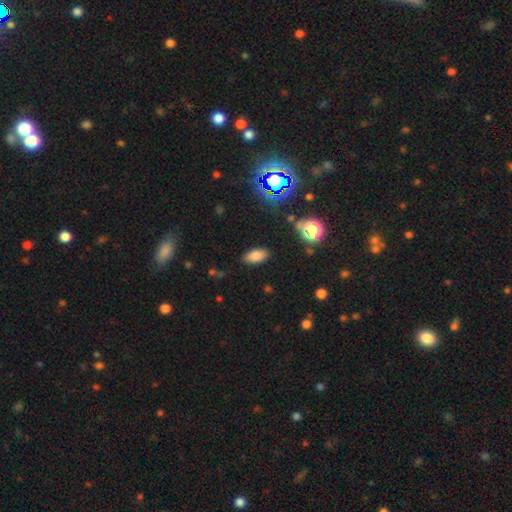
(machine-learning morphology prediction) A smooth galaxy with no disk features (79%) that is in between round and cigar-shaped (91%). Merging: none (86%).